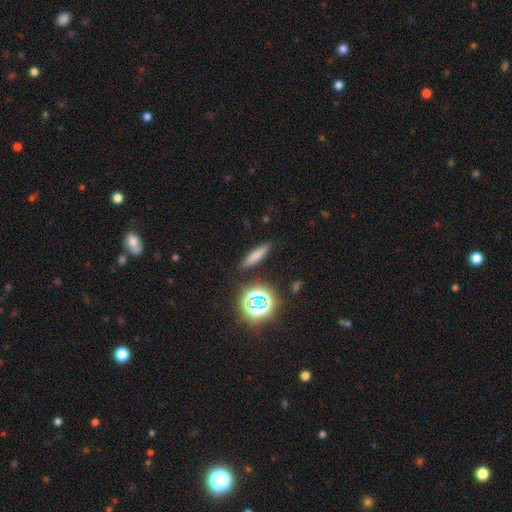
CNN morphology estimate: Smooth or featured? smooth (72%)
How rounded? cigar-shaped (77%)
Merging? none (87%)